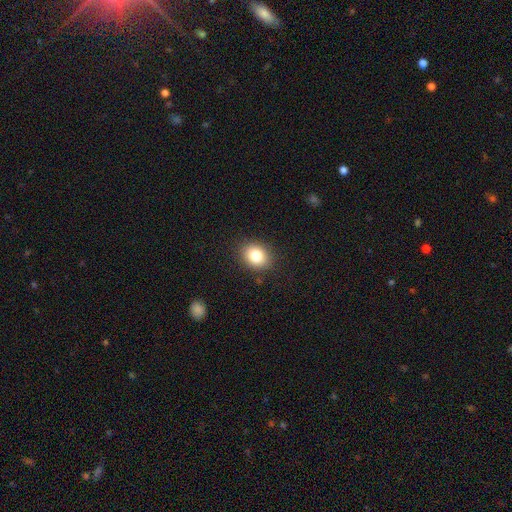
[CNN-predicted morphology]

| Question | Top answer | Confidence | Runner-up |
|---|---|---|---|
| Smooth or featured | smooth | 81% | star or artifact (10%) |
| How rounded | round | 54% | in between (45%) |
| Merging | none | 88% | minor disturbance (9%) |